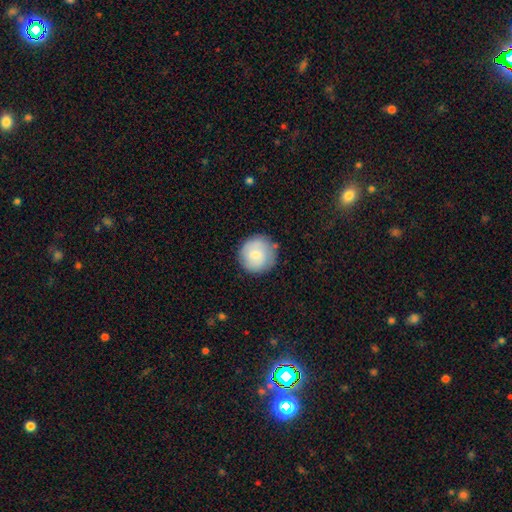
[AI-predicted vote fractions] Smooth or featured? smooth (78%)
How rounded? round (94%)
Merging? none (82%)